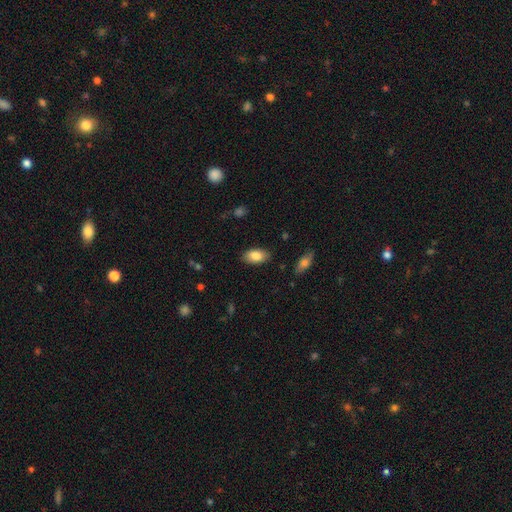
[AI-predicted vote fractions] The model was most divided on "merging": none: 86%, minor disturbance: 11%, major disturbance: 2%, merger: 1%. More confident: how rounded — in between (94%); smooth or featured — smooth (85%).